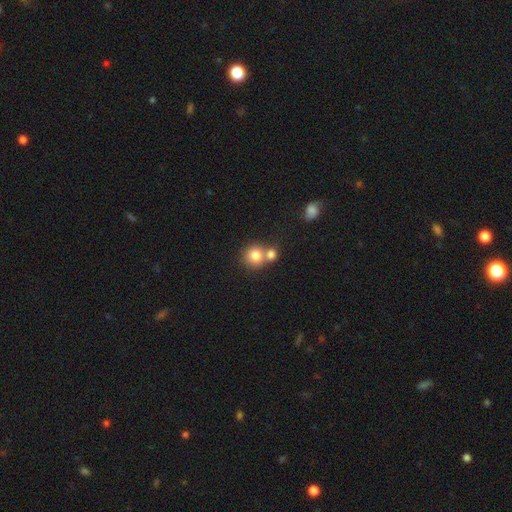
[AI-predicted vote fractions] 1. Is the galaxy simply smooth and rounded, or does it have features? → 80% smooth, 10% star or artifact, 10% featured or disk.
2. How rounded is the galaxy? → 87% round, 12% in between, 1% cigar-shaped.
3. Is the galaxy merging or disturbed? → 48% none, 42% merger, 7% minor disturbance, 3% major disturbance.